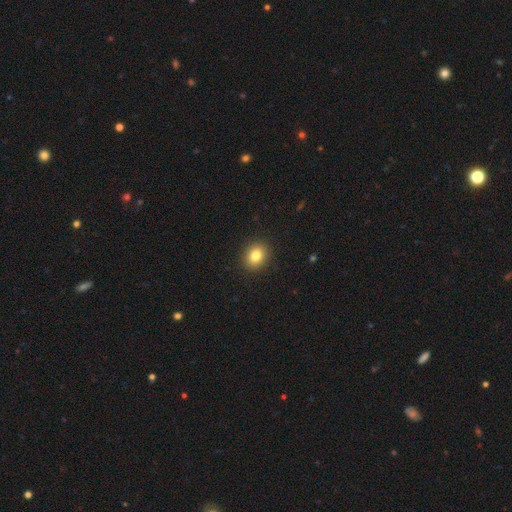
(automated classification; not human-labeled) Morphology: type=smooth (82%); roundness=round (63%); merging=none (91%).